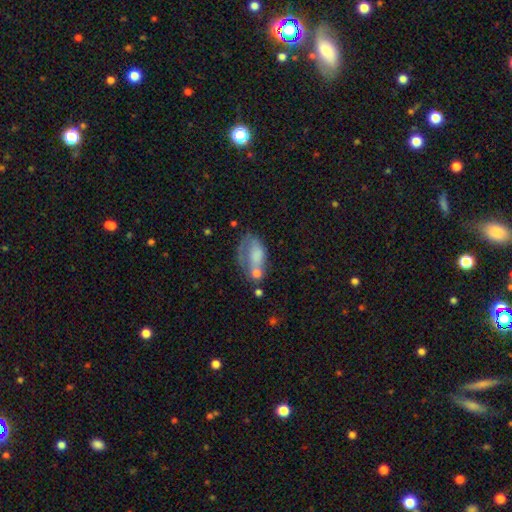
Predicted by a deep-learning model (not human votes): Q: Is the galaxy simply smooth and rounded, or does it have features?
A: smooth — 58%.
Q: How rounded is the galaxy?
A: in between — 88%.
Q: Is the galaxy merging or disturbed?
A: major disturbance — 31%.